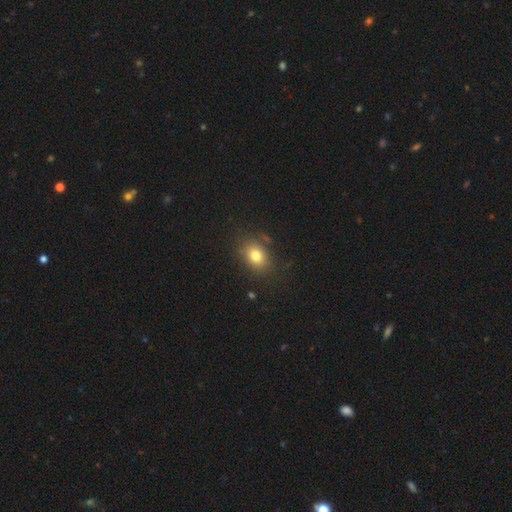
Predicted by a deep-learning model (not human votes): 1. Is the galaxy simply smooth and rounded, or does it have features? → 79% smooth, 11% star or artifact, 9% featured or disk.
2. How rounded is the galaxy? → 63% in between, 36% round, 1% cigar-shaped.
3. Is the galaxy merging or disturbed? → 80% none, 13% minor disturbance, 4% major disturbance, 3% merger.